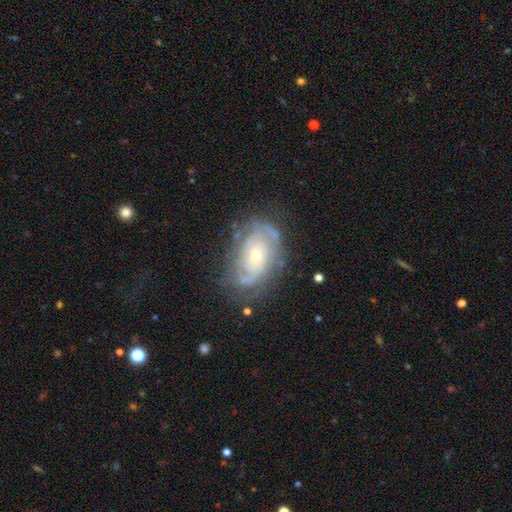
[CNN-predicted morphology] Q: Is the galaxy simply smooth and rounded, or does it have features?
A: featured or disk — 79%.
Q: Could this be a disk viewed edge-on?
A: no — 95%.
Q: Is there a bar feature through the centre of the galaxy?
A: no — 78%.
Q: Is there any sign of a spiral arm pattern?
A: yes — 86%.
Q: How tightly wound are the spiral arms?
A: tight — 67%.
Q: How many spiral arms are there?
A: can't tell — 48%.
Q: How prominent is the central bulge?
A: small — 59%.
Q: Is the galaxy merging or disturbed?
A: none — 67%.